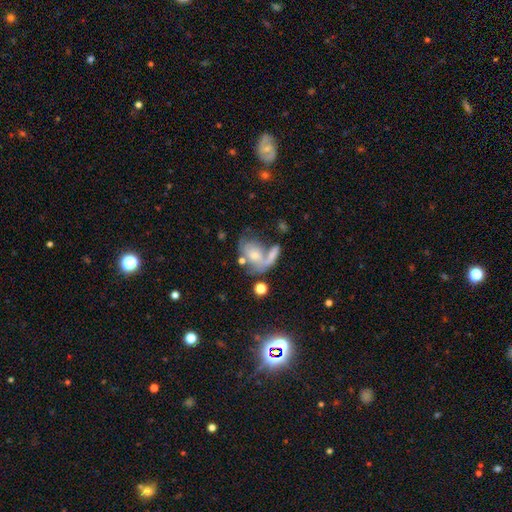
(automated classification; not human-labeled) A featured or disk galaxy (48%).

Vote fractions:
- Smooth or featured? featured or disk: 48% / smooth: 43% / star or artifact: 10%
- Merging? merger: 38% / none: 27% / major disturbance: 18% / minor disturbance: 16%